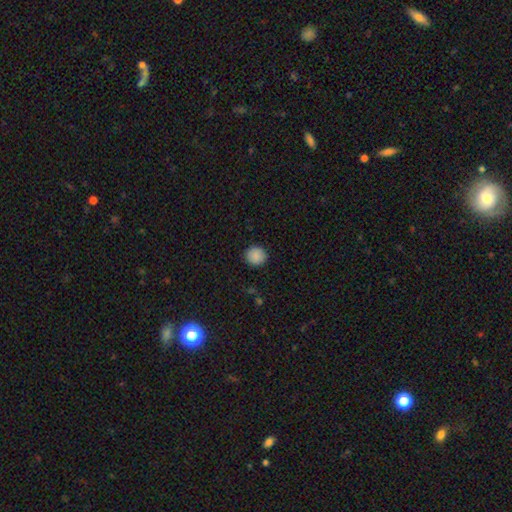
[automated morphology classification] A smooth galaxy with no disk features (88%) that is round (91%).

Vote fractions:
- Smooth or featured? smooth: 88% / star or artifact: 8% / featured or disk: 3%
- How rounded? round: 91% / in between: 8% / cigar-shaped: 1%
- Merging? none: 91% / minor disturbance: 6% / major disturbance: 2% / merger: 1%